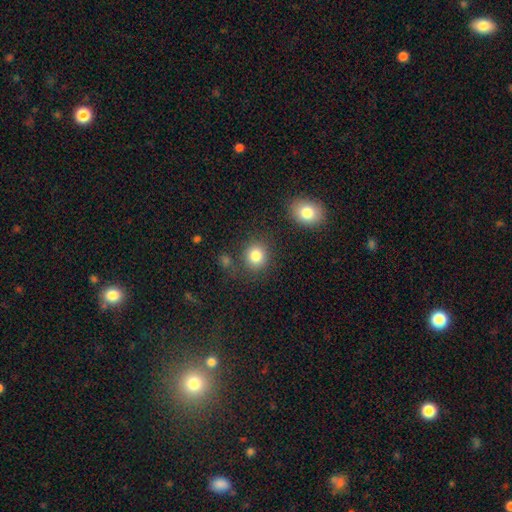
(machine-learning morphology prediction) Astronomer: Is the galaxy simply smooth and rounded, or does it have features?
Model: smooth — 83%.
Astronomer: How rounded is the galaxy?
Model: round — 84%.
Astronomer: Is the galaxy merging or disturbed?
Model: none — 81%.